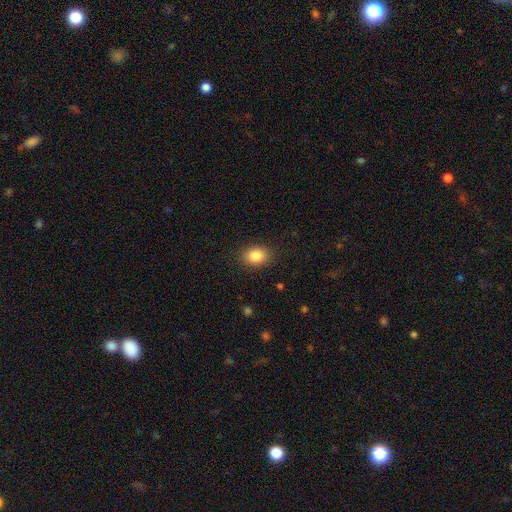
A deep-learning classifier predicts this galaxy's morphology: type=smooth (85%); roundness=in between (65%); merging=none (88%).